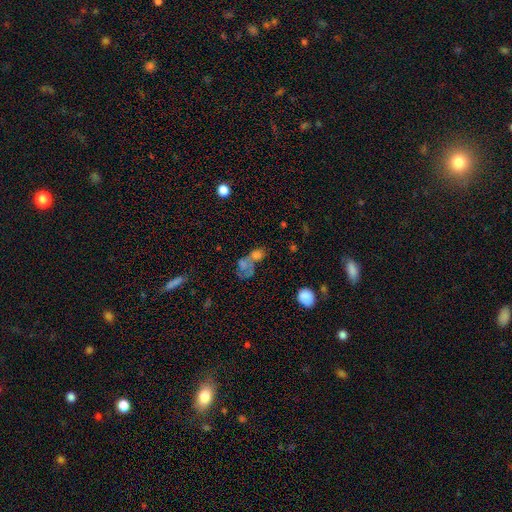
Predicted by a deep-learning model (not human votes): Smooth or featured?
  - smooth: 52% *
  - featured or disk: 28%
  - star or artifact: 20%
How rounded?
  - in between: 49% *
  - round: 46%
  - cigar-shaped: 6%
Merging?
  - merger: 55% *
  - none: 24%
  - major disturbance: 12%
  - minor disturbance: 9%